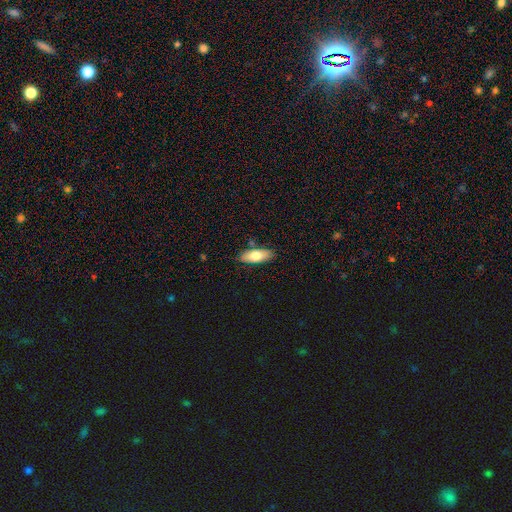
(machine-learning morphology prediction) This is likely a smooth galaxy (74%). How rounded: clearly in between (83%). Merging: clearly none (83%).